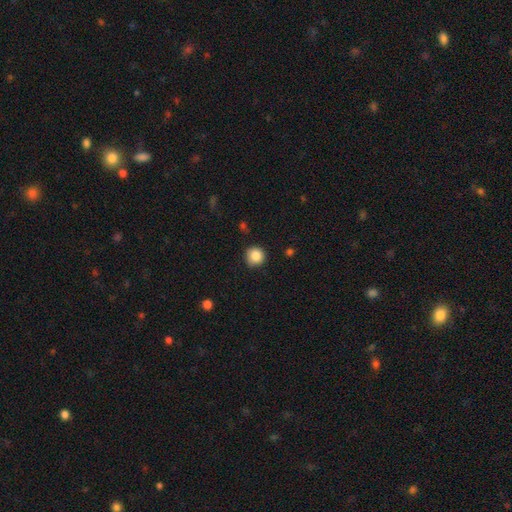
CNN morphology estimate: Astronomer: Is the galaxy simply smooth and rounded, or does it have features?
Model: smooth — 86%.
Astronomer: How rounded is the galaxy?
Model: round — 93%.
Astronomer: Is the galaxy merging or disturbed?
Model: none — 83%.